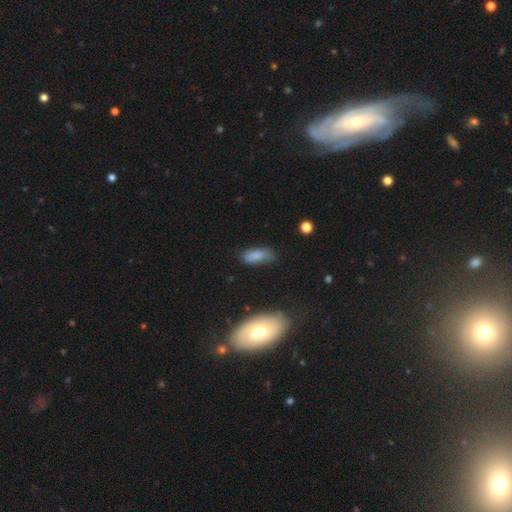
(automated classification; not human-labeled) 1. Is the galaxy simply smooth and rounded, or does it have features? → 82% smooth, 9% featured or disk, 9% star or artifact.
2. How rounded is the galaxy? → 81% in between, 17% cigar-shaped, 3% round.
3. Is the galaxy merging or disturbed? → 65% none, 26% minor disturbance, 6% major disturbance, 2% merger.